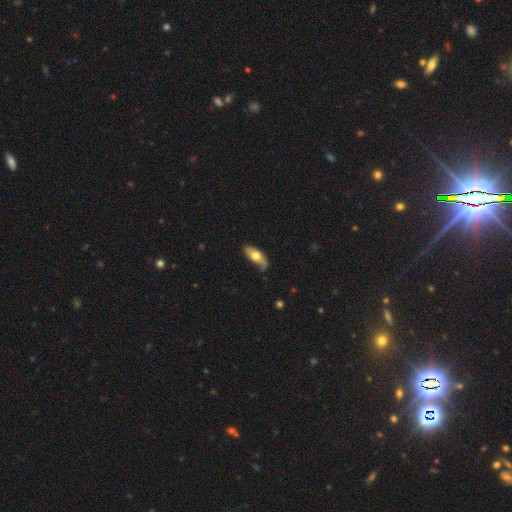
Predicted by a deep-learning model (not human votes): A smooth galaxy with no disk features (53%) that is in between round and cigar-shaped (79%).

Vote fractions:
- Smooth or featured? smooth: 53% / featured or disk: 41% / star or artifact: 6%
- How rounded? in between: 79% / cigar-shaped: 17% / round: 3%
- Merging? none: 59% / minor disturbance: 29% / major disturbance: 10% / merger: 2%